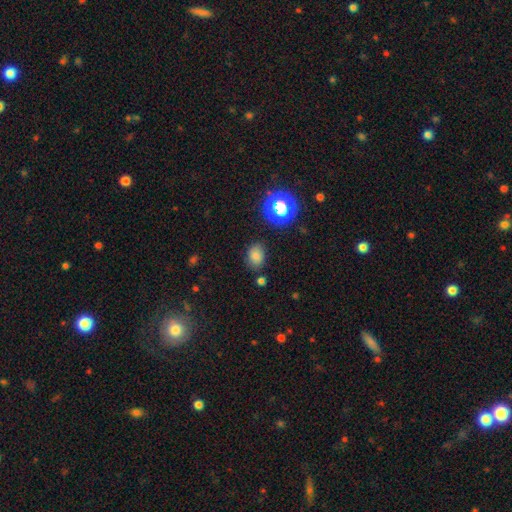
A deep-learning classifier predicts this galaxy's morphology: smooth-or-featured: smooth: 76% | star or artifact: 17% | featured or disk: 6%
  how-rounded: in between: 63% | round: 36% | cigar-shaped: 1%
  merging: none: 79% | minor disturbance: 14% | major disturbance: 4% | merger: 4%